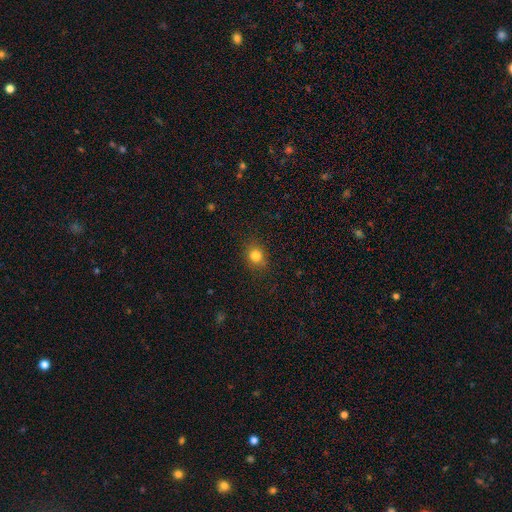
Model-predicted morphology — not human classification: The model was most divided on "how rounded": round: 67%, in between: 31%, cigar-shaped: 1%. More confident: merging — none (83%); smooth or featured — smooth (81%).